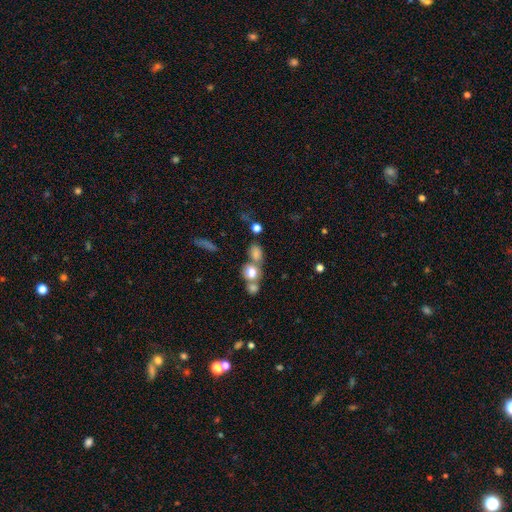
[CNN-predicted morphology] Smooth or featured? Predicted: smooth (p=0.71). How rounded? Predicted: round (p=0.58). Merging? Predicted: merger (p=0.43).